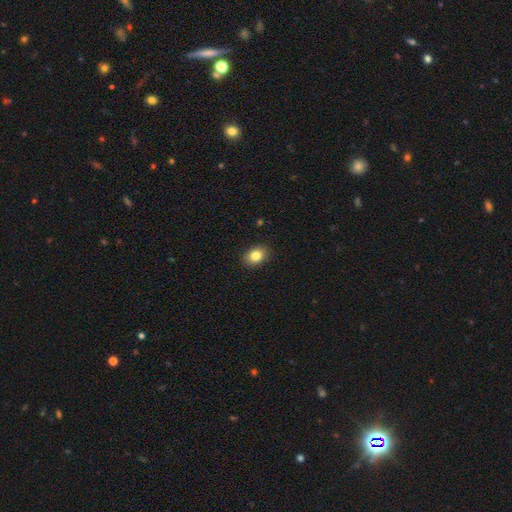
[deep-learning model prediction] smooth-or-featured: smooth: 84% | star or artifact: 9% | featured or disk: 7%
  how-rounded: in between: 70% | round: 29% | cigar-shaped: 1%
  merging: none: 89% | minor disturbance: 8% | major disturbance: 2% | merger: 1%